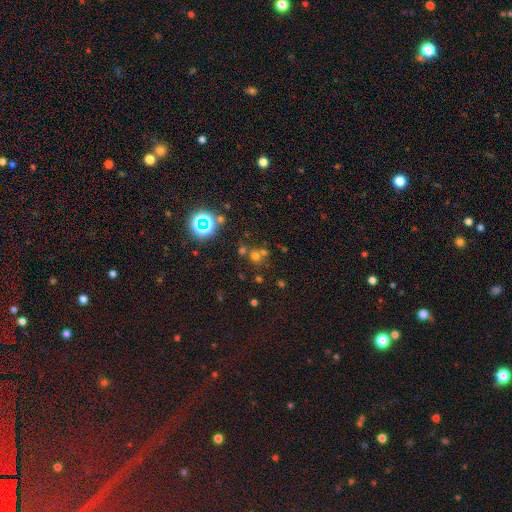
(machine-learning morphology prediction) This is possibly a smooth galaxy (48%). Merging: likely none (60%).